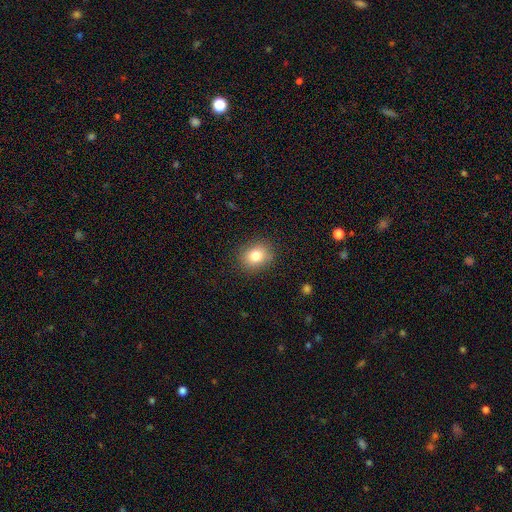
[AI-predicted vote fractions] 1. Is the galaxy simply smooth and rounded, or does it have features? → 81% smooth, 10% star or artifact, 9% featured or disk.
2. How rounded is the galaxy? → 53% round, 46% in between, 1% cigar-shaped.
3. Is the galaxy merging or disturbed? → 87% none, 9% minor disturbance, 3% major disturbance, 1% merger.